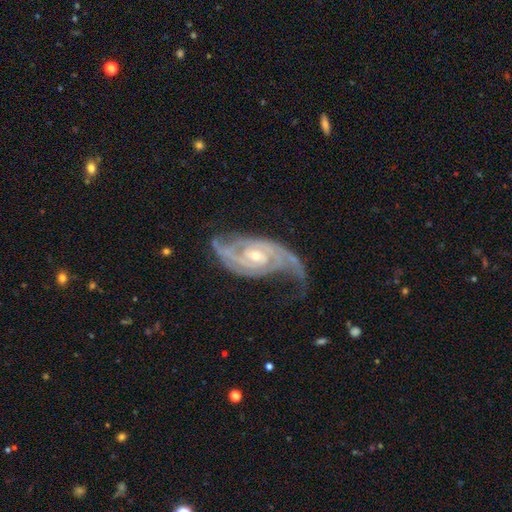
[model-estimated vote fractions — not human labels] A featured or disk galaxy (92%) with no bar (53%), 2 (62%) tight (50%) spiral arms (98%) and a small central bulge (55%).

Vote fractions:
- Smooth or featured? featured or disk: 92% / star or artifact: 5% / smooth: 4%
- Edge-on disk? no: 96% / yes: 4%
- Bar? no: 53% / weak: 35% / strong: 12%
- Spiral arms? yes: 98% / no: 2%
- Spiral winding? tight: 50% / medium: 39% / loose: 11%
- Spiral arm count? 2: 62% / 3: 15% / can't tell: 11% / 4: 5% / 1: 4% / more than 4: 4%
- Bulge size? small: 55% / moderate: 42% / large: 1% / none: 1% / dominant: 1%
- Merging? none: 59% / minor disturbance: 23% / major disturbance: 16% / merger: 2%